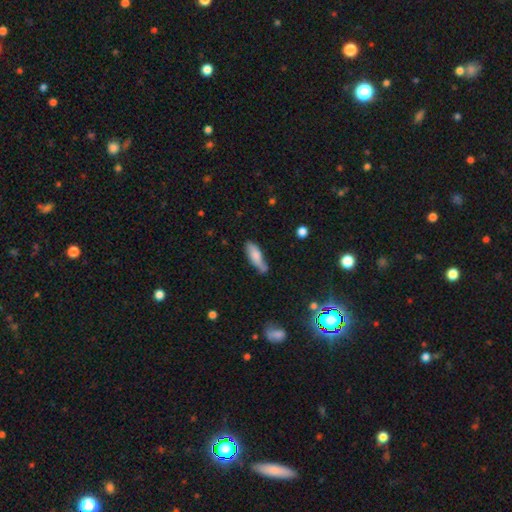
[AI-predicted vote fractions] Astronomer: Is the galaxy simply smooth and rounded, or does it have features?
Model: smooth — 77%.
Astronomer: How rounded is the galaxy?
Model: in between — 50% (runner-up: cigar-shaped, 48%).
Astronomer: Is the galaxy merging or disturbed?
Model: none — 56%.